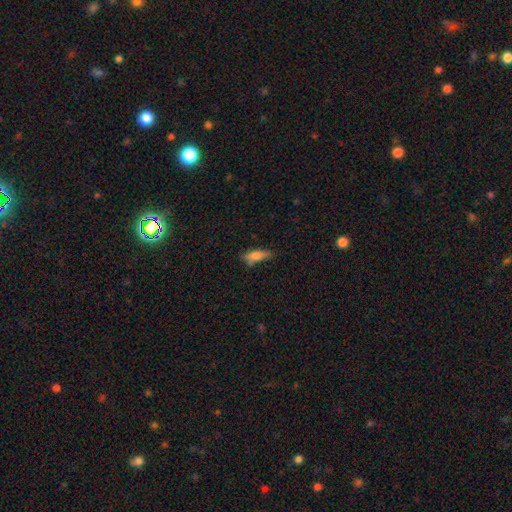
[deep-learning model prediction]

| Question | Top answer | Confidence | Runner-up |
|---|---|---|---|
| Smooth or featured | smooth | 73% | featured or disk (18%) |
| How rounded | in between | 52% | cigar-shaped (46%) |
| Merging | none | 56% | minor disturbance (30%) |